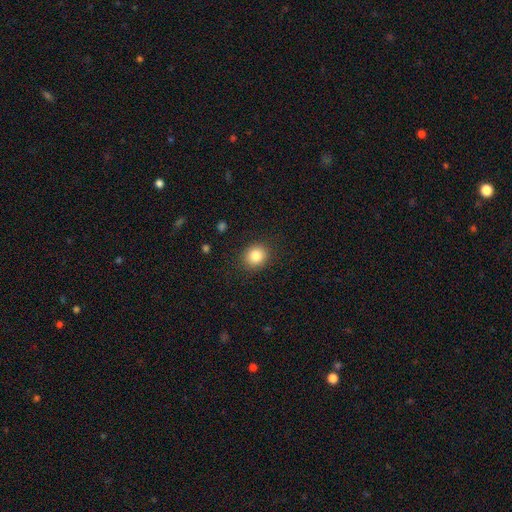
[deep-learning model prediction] smooth 85%, star or artifact 9%, featured or disk 6%. Down the decision tree: how rounded — round (73%); merging — none (88%).